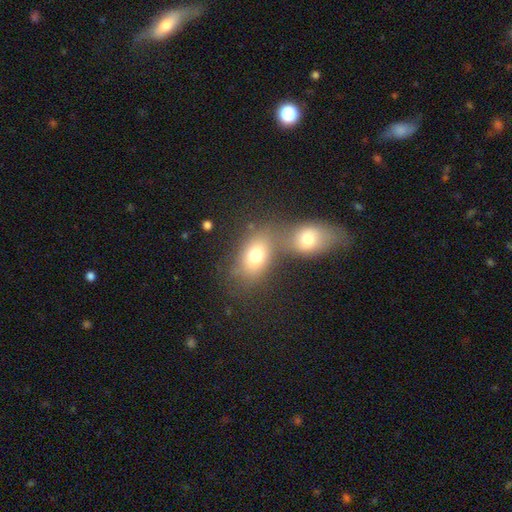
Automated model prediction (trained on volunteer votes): Smooth or featured? Predicted: smooth (p=0.74). How rounded? Predicted: in between (p=0.76). Merging? Predicted: merger (p=0.45).